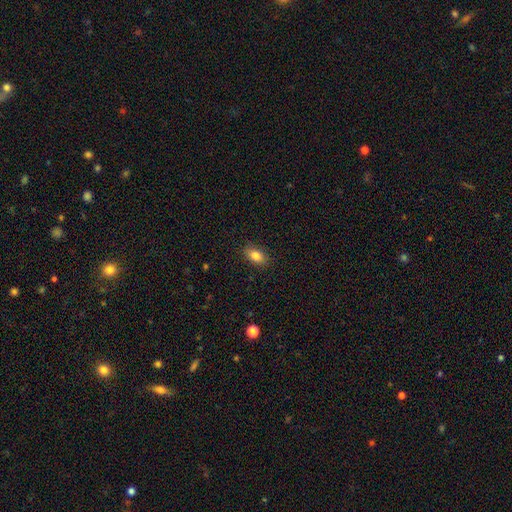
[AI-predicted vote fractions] Smooth or featured? smooth (83%)
How rounded? in between (88%)
Merging? none (87%)